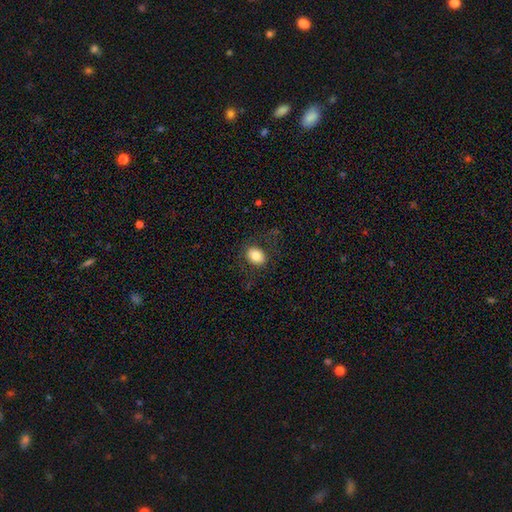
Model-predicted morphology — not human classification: Overall: smooth (81%). How rounded: in between (62%; round 37%). Merging: none (82%).